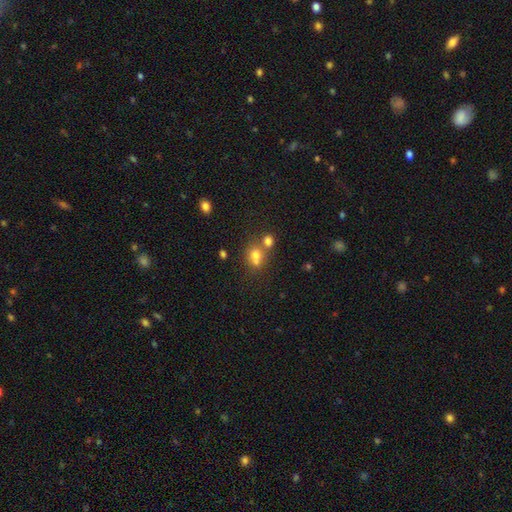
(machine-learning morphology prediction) This is likely a smooth galaxy (69%). How rounded: likely round (66%). Merging: marginally merger (45%).